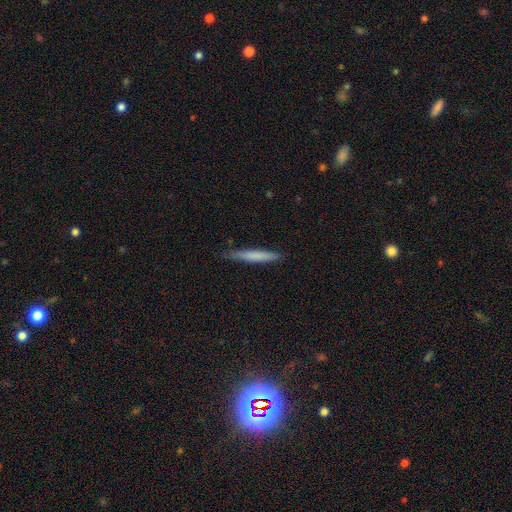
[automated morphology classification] Q: Smooth or featured?
A: smooth (70%); runner-up: featured or disk (25%)
Q: How rounded?
A: cigar-shaped (96%); runner-up: in between (3%)
Q: Merging?
A: none (85%); runner-up: minor disturbance (12%)